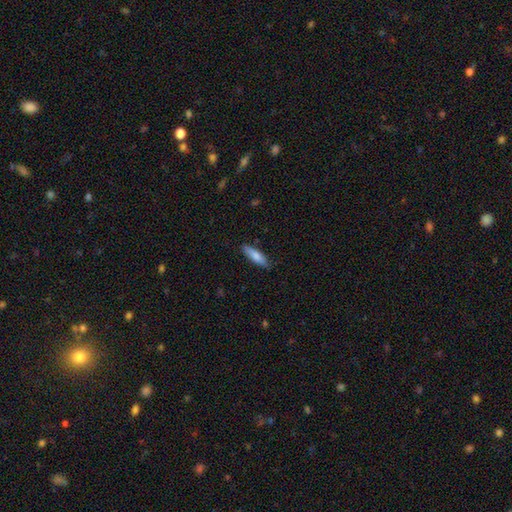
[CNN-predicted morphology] Smooth or featured? Predicted: smooth (p=0.77). How rounded? Predicted: cigar-shaped (p=0.67). Merging? Predicted: none (p=0.85).